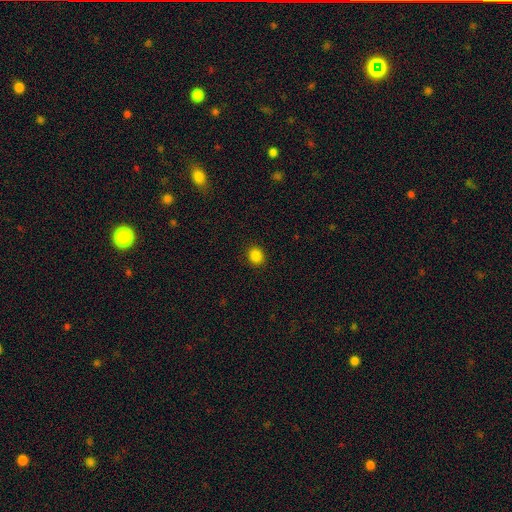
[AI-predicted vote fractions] Overall: smooth (85%). How rounded: round (71%). Merging: none (91%).